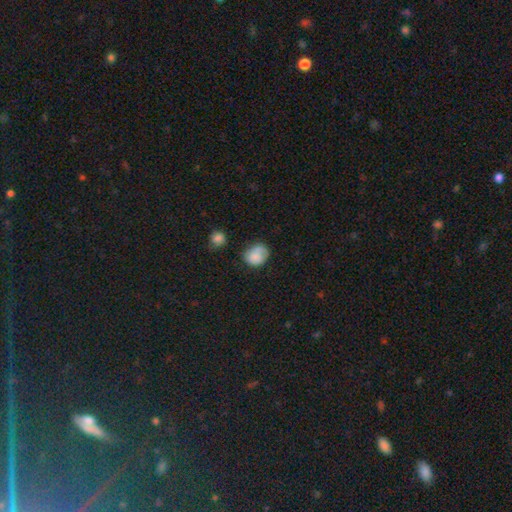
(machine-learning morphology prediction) A smooth galaxy with no disk features (77%) that is round (53%).

Vote fractions:
- Smooth or featured? smooth: 77% / featured or disk: 14% / star or artifact: 9%
- How rounded? round: 53% / in between: 47% / cigar-shaped: 1%
- Merging? none: 53% / minor disturbance: 30% / major disturbance: 11% / merger: 5%